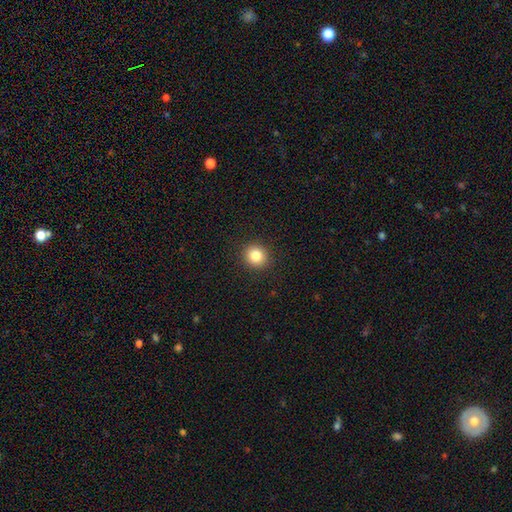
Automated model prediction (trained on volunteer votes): A smooth galaxy with no disk features (83%) that is round (89%).

Vote fractions:
- Smooth or featured? smooth: 83% / star or artifact: 11% / featured or disk: 6%
- How rounded? round: 89% / in between: 10% / cigar-shaped: 1%
- Merging? none: 92% / minor disturbance: 5% / major disturbance: 2% / merger: 1%